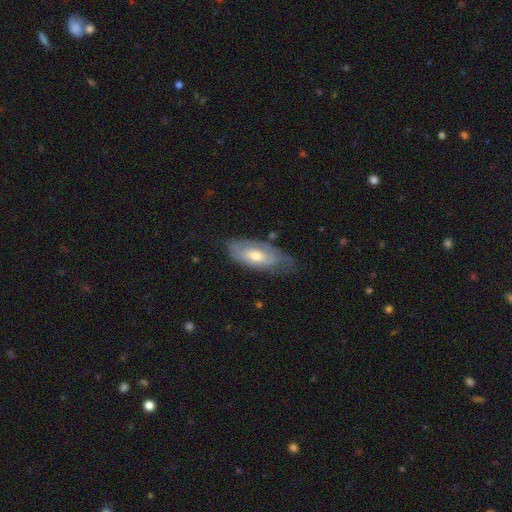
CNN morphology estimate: Smooth or featured?
  - featured or disk: 49% *
  - smooth: 45%
  - star or artifact: 6%
Merging?
  - none: 52% *
  - minor disturbance: 34%
  - major disturbance: 12%
  - merger: 2%